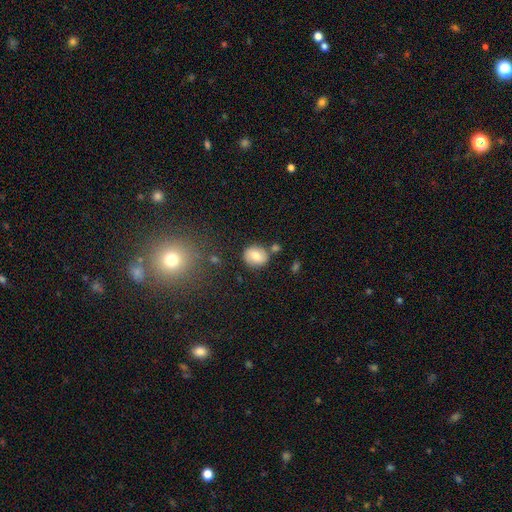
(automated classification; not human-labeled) Overall: smooth (70%). How rounded: round (73%). Merging: none (75%).